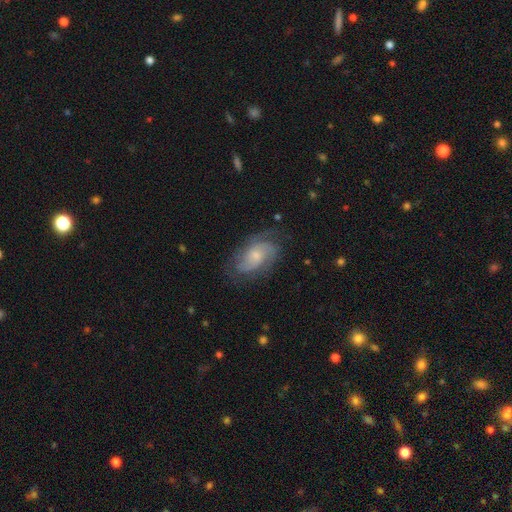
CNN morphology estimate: featured or disk 79%, smooth 15%, star or artifact 6%. Down the decision tree: edge-on disk — no (97%); bar — no (65%); spiral arms — yes (95%); spiral arm count — 2 (50%); spiral winding — medium (45%); bulge size — small (54%); merging — none (70%).